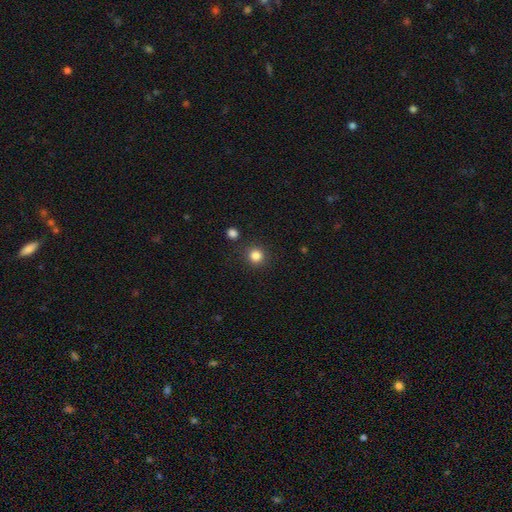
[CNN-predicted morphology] Smooth or featured: smooth — 84% (star or artifact — 12%)
How rounded: round — 93% (in between — 6%)
Merging: none — 88% (minor disturbance — 7%)